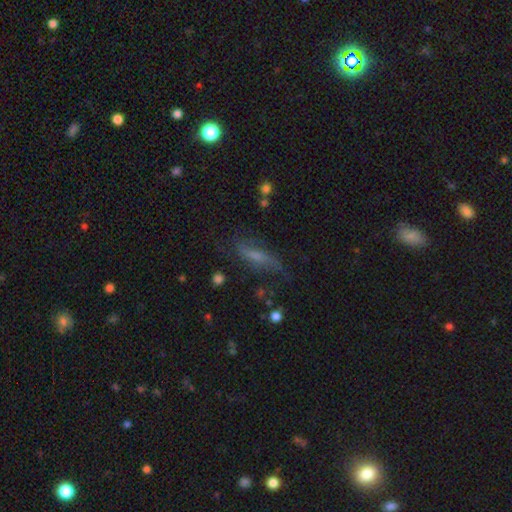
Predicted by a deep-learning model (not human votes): This appears to be a featured or disk galaxy (45%). Merging: none (62%).